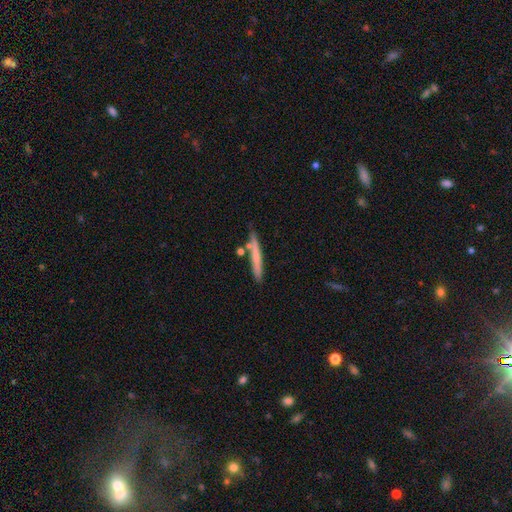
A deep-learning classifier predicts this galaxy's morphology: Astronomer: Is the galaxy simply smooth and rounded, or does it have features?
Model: smooth — 59% (runner-up: featured or disk, 35%).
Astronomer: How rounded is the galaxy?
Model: cigar-shaped — 95%.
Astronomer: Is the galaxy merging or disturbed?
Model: none — 77%.